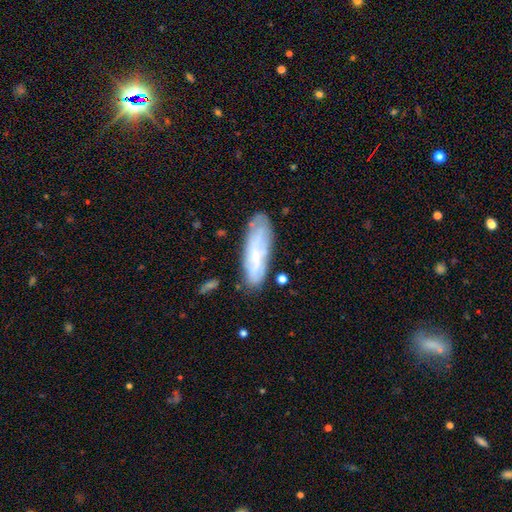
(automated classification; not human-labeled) Smooth or featured: smooth — 50% (featured or disk — 42%)
Merging: none — 70% (minor disturbance — 20%)